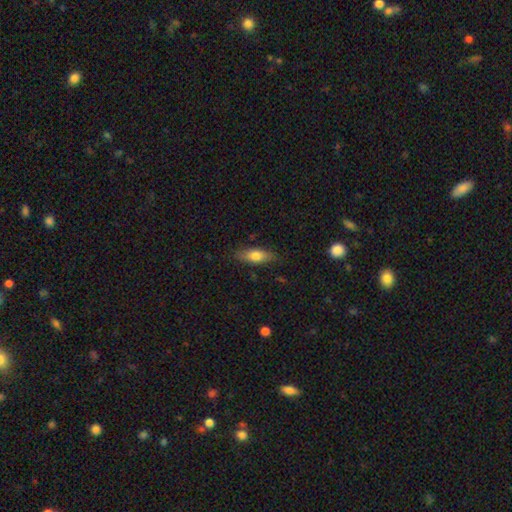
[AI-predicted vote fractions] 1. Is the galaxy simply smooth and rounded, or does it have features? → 70% smooth, 23% featured or disk, 7% star or artifact.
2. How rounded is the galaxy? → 66% in between, 31% cigar-shaped, 3% round.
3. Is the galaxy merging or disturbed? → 83% none, 13% minor disturbance, 3% major disturbance, 1% merger.